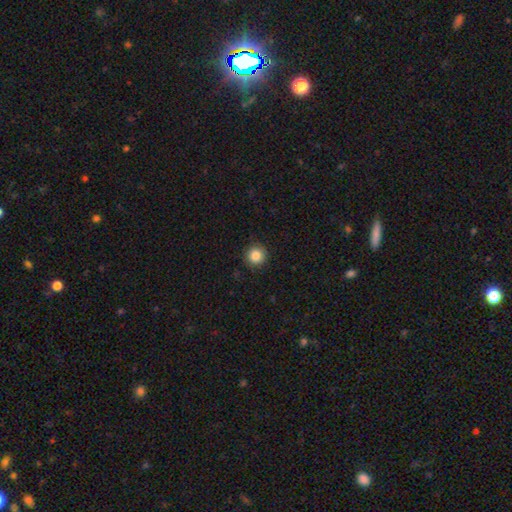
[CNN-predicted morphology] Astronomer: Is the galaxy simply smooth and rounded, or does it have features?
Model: smooth — 85%.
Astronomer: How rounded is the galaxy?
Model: round — 95%.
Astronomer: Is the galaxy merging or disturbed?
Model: none — 91%.